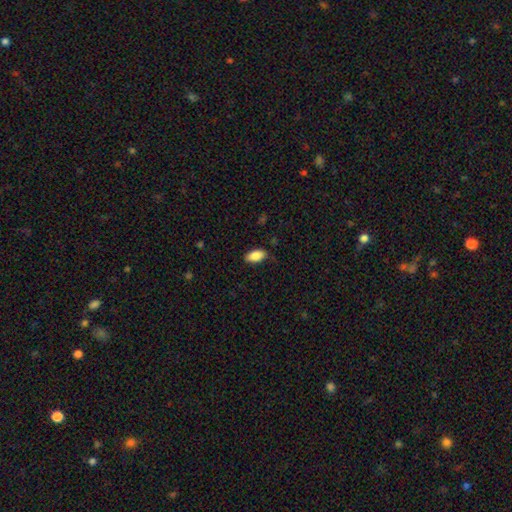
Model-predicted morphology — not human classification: smooth 86%, featured or disk 7%, star or artifact 7%. Down the decision tree: how rounded — in between (92%); merging — none (83%).